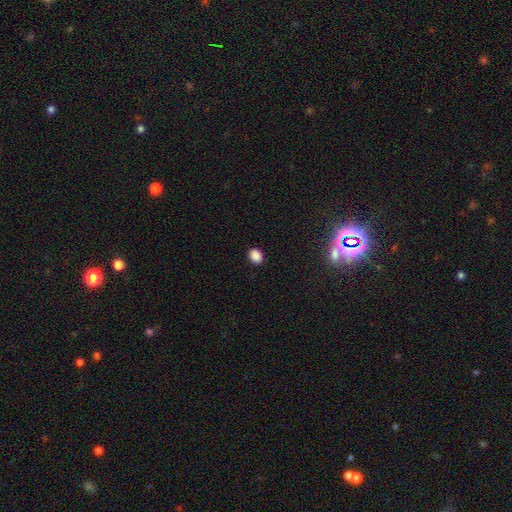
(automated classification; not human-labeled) Smooth or featured?
  - smooth: 87% *
  - star or artifact: 11%
  - featured or disk: 3%
How rounded?
  - in between: 50% *
  - round: 49%
  - cigar-shaped: 1%
Merging?
  - none: 90% *
  - minor disturbance: 7%
  - major disturbance: 2%
  - merger: 1%